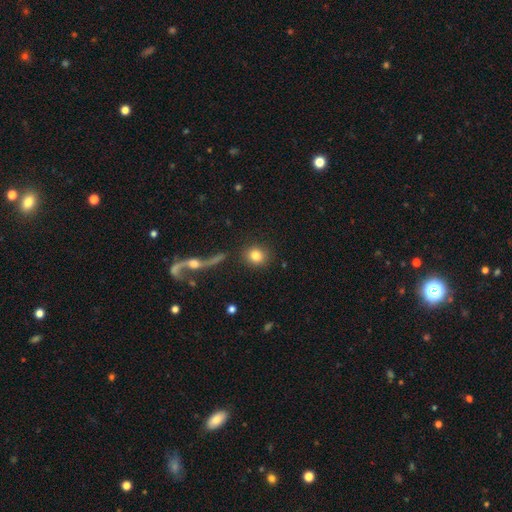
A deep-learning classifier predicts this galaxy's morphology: Smooth or featured?
  - smooth: 82% *
  - star or artifact: 9%
  - featured or disk: 9%
How rounded?
  - round: 86% *
  - in between: 12%
  - cigar-shaped: 2%
Merging?
  - none: 87% *
  - minor disturbance: 6%
  - merger: 4%
  - major disturbance: 3%